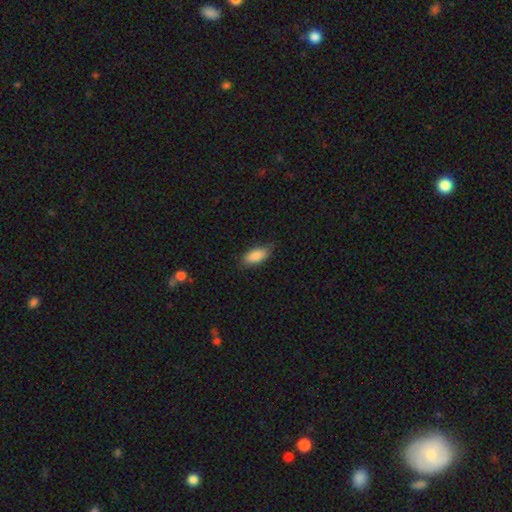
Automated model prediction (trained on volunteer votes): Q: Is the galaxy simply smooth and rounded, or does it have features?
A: smooth — 85%.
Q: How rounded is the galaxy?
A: in between — 88%.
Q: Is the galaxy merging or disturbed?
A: none — 74%.